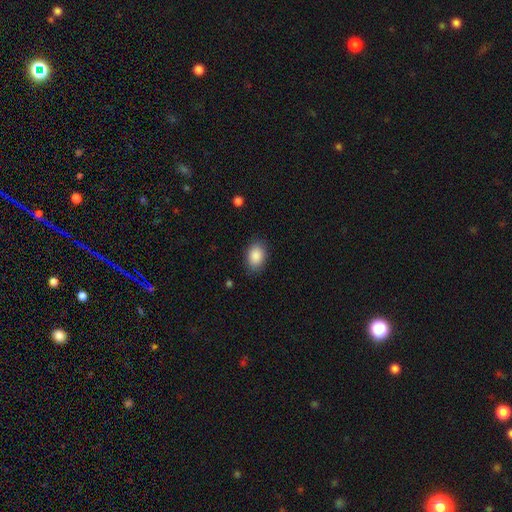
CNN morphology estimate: This is clearly a smooth galaxy (89%). How rounded: clearly in between (83%). Merging: clearly none (85%).